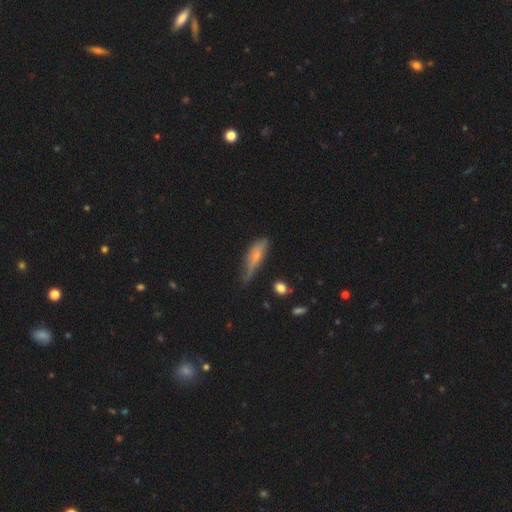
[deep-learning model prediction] Smooth or featured? smooth (60%)
How rounded? cigar-shaped (56%)
Merging? none (43%)